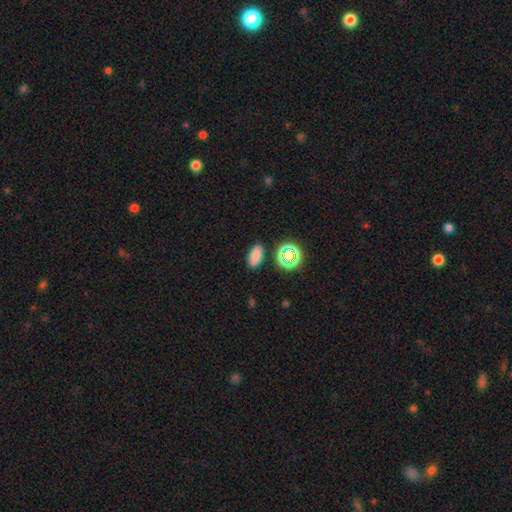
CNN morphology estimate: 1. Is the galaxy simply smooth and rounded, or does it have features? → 79% smooth, 16% star or artifact, 5% featured or disk.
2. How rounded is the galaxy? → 87% in between, 7% round, 6% cigar-shaped.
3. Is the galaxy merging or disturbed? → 87% none, 8% minor disturbance, 2% merger, 2% major disturbance.